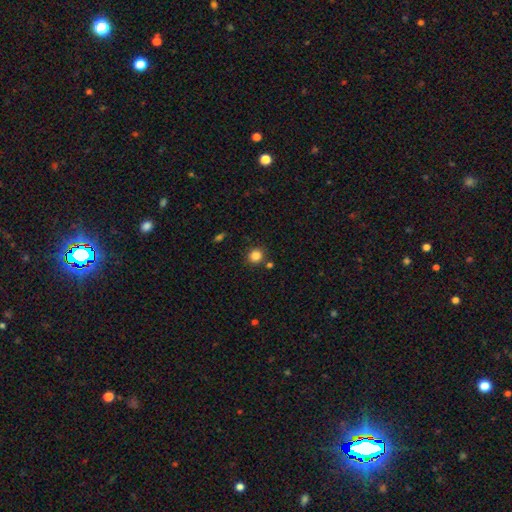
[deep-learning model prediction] Smooth or featured? Predicted: smooth (p=0.85). How rounded? Predicted: round (p=0.88). Merging? Predicted: none (p=0.84).